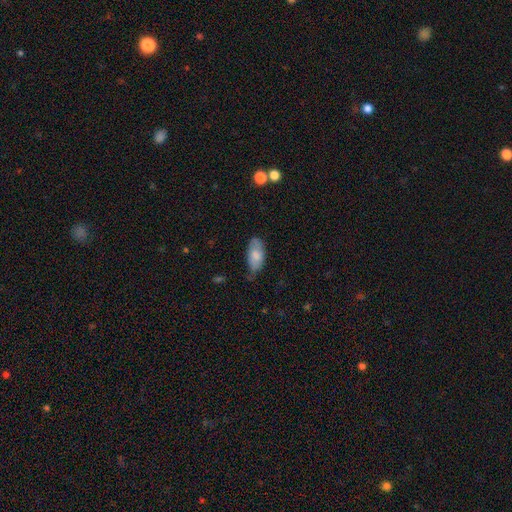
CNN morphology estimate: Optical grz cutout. It shows a smooth galaxy with no disk features (74%) that is in between round and cigar-shaped (90%). Merging: none (53%).